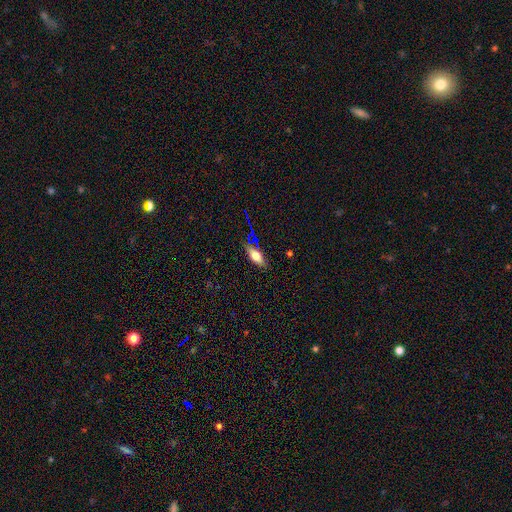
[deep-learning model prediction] smooth-or-featured: smooth: 67% | featured or disk: 22% | star or artifact: 11%
  how-rounded: in between: 76% | cigar-shaped: 20% | round: 4%
  merging: none: 78% | minor disturbance: 15% | major disturbance: 4% | merger: 3%